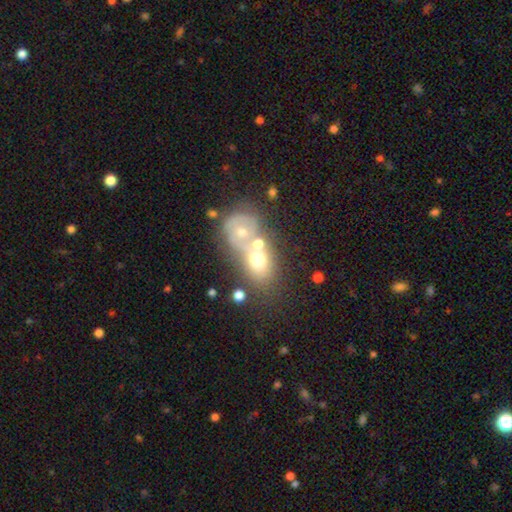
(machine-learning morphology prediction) smooth-or-featured: featured or disk: 44% | smooth: 42% | star or artifact: 14%
  merging: merger: 64% | none: 22% | minor disturbance: 8% | major disturbance: 6%